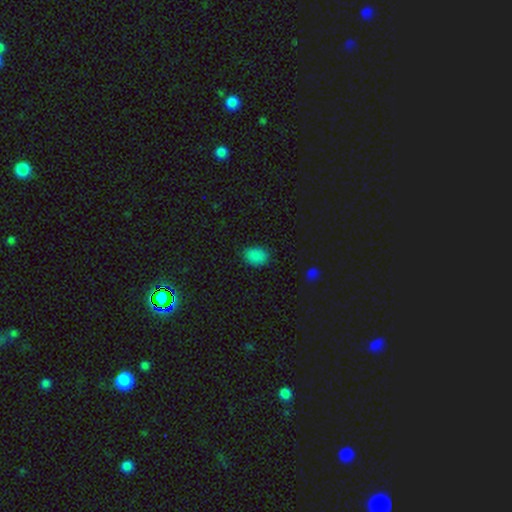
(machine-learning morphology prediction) smooth-or-featured: smooth: 85% | star or artifact: 12% | featured or disk: 3%
  how-rounded: in between: 73% | round: 25% | cigar-shaped: 1%
  merging: none: 84% | minor disturbance: 12% | major disturbance: 3% | merger: 1%